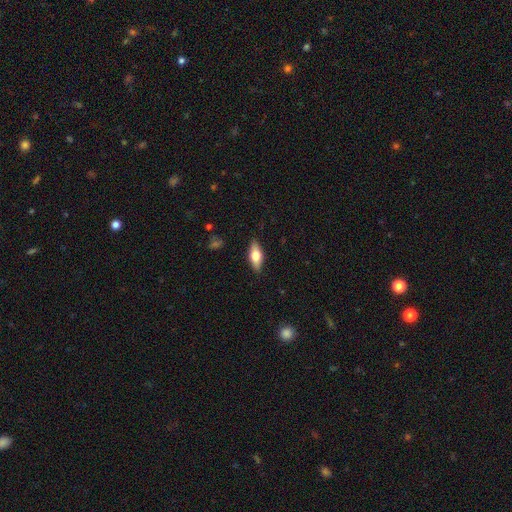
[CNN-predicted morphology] Smooth or featured: smooth — 57% (featured or disk — 36%)
How rounded: in between — 72% (cigar-shaped — 24%)
Merging: none — 87% (minor disturbance — 9%)